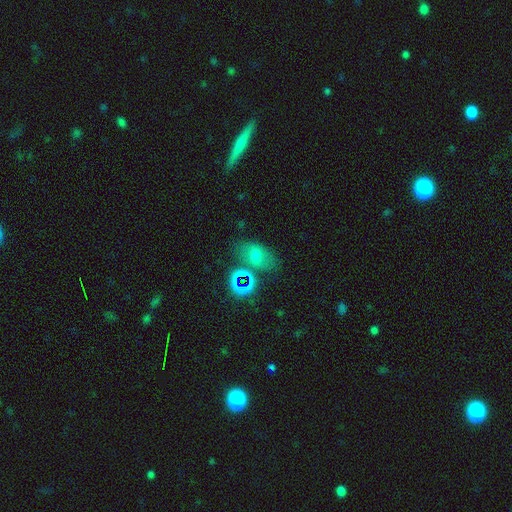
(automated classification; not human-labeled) Morphology: type=smooth (53%); roundness=in between (80%); merging=none (62%).